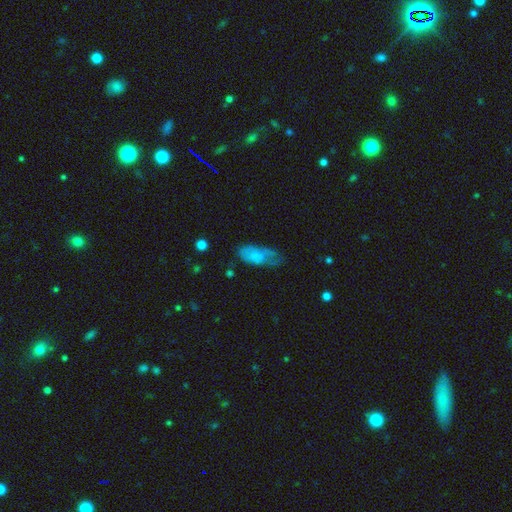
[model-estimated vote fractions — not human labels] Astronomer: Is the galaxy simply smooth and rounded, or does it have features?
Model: smooth — 67%.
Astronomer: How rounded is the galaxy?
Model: in between — 84%.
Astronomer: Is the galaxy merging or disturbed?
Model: minor disturbance — 33%, tied with none at 33%.